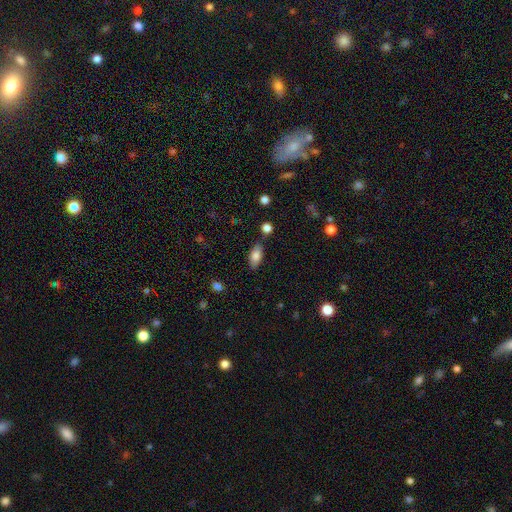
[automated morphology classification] smooth_or_featured: smooth (p=0.79) [alt: featured or disk p=0.14]
how_rounded: in between (p=0.87) [alt: cigar-shaped p=0.10]
merging: none (p=0.80) [alt: minor disturbance p=0.13]